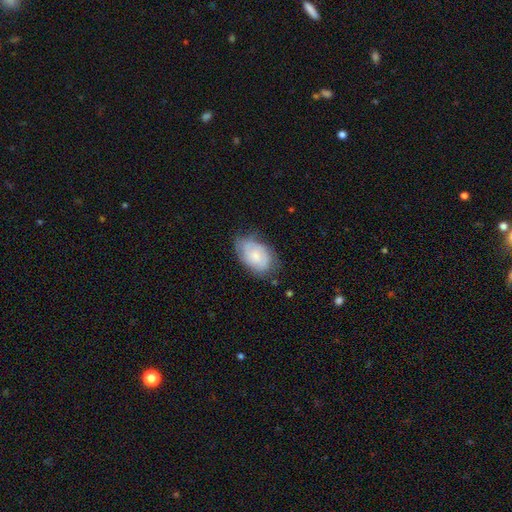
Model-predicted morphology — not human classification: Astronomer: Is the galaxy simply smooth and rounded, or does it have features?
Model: featured or disk — 46%, tied with smooth at 46%.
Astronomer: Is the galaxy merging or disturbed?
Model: none — 64%.